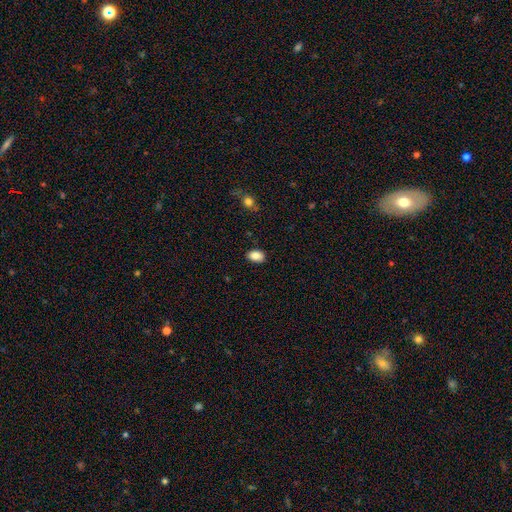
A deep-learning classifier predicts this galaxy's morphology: Smooth or featured: smooth — 87% (star or artifact — 8%)
How rounded: in between — 85% (round — 14%)
Merging: none — 87% (minor disturbance — 10%)